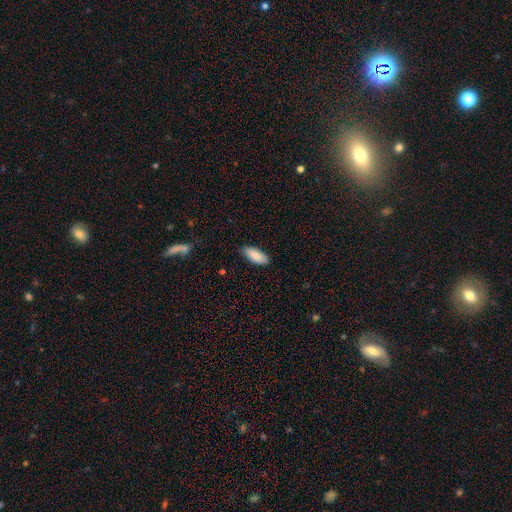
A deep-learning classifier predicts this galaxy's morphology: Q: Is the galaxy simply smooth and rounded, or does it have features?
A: smooth — 88%.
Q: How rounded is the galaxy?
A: in between — 81%.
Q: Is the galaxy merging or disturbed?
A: none — 86%.